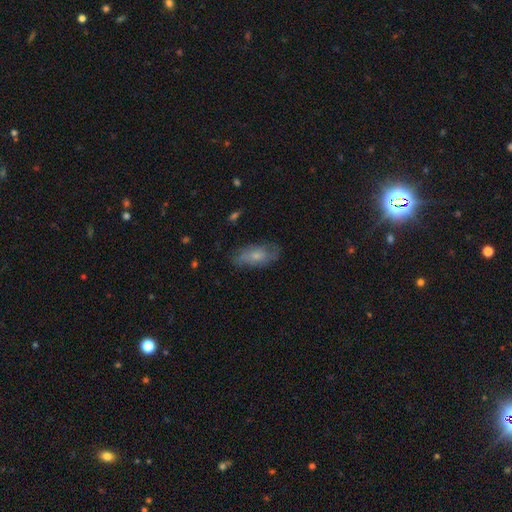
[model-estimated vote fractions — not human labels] A smooth galaxy with no disk features (62%) that is in between round and cigar-shaped (84%). Merging: none (67%).